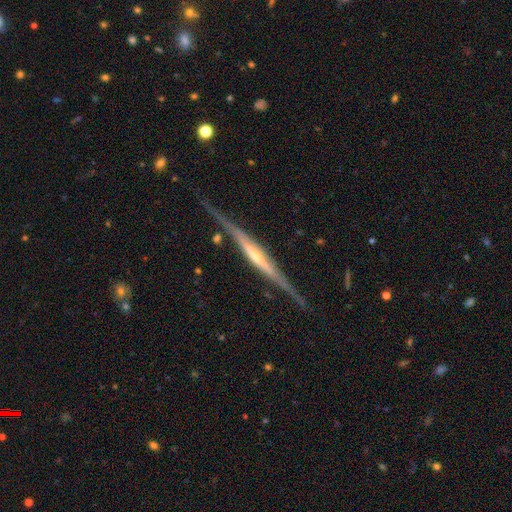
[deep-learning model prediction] This appears to be a featured or disk galaxy (86%) viewed edge-on (98%) with a rounded central bulge (63%). Merging: none (83%).